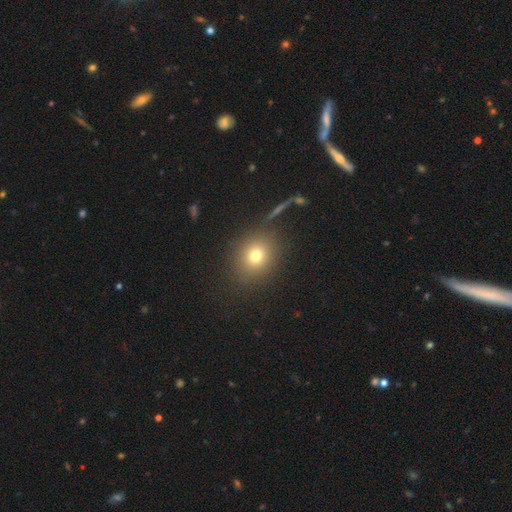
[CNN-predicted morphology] type=smooth (73%); roundness=round (77%); merging=none (84%).